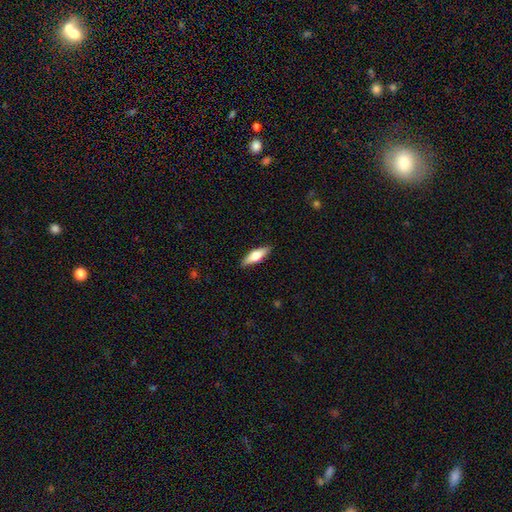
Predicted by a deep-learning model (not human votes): The model was most divided on "how rounded": in between: 51%, cigar-shaped: 46%, round: 2%. More confident: merging — none (88%); smooth or featured — smooth (59%).